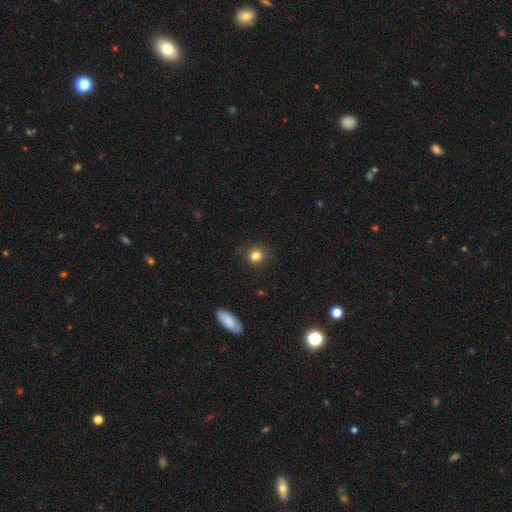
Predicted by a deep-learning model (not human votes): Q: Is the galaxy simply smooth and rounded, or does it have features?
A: smooth — 83%.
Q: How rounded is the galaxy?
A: round — 83%.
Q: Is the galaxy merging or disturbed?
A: none — 83%.